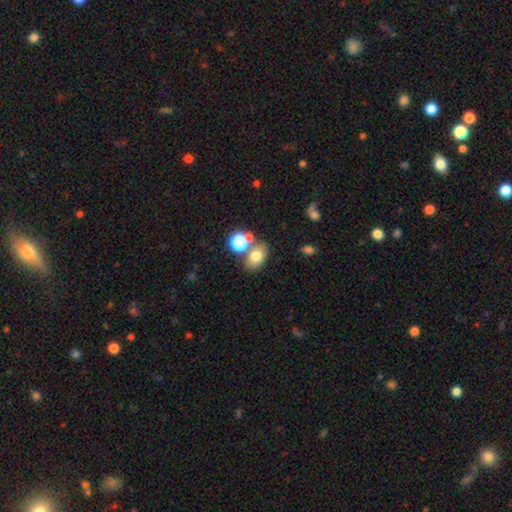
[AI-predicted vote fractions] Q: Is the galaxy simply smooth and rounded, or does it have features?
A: smooth — 72%.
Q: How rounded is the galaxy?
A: in between — 70%.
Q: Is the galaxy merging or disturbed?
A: none — 61%.